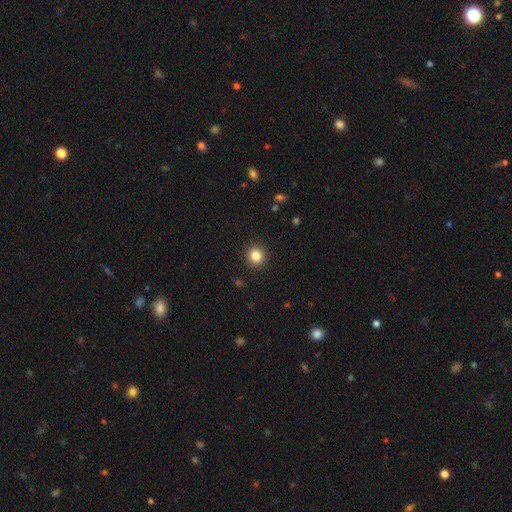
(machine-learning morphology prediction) type=smooth (84%); roundness=round (89%); merging=none (92%).